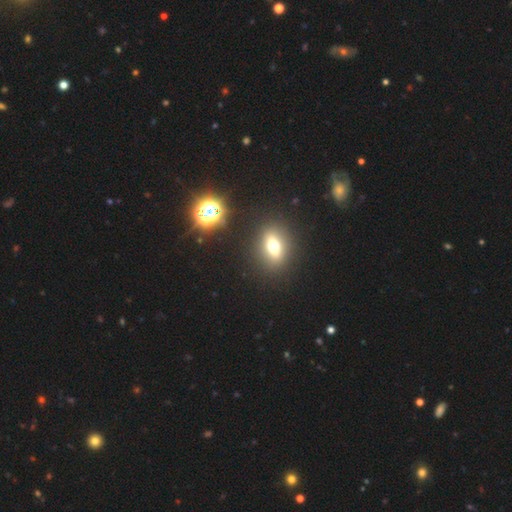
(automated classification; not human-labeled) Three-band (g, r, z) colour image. It shows a smooth galaxy with no disk features (55%) that is in between round and cigar-shaped (59%). Merging: none (86%).